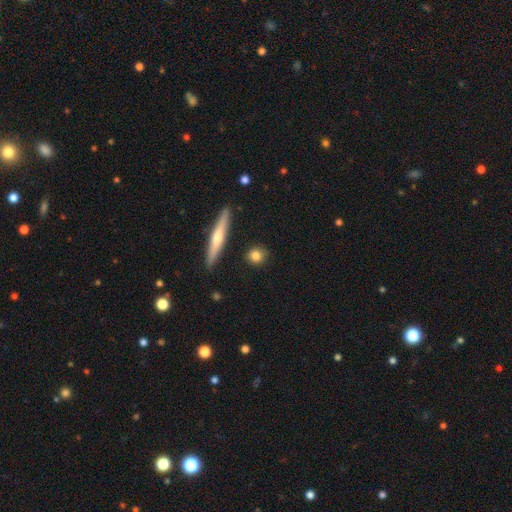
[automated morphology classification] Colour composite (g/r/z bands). It shows a smooth galaxy with no disk features (80%) that is round (73%). Merging: none (87%).